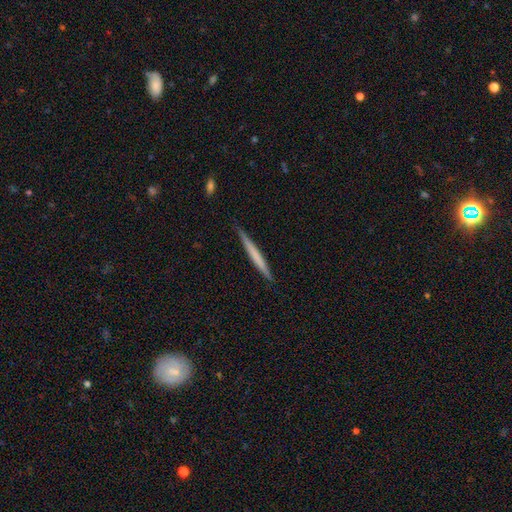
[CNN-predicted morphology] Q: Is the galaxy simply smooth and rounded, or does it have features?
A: smooth — 52%.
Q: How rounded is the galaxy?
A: cigar-shaped — 97%.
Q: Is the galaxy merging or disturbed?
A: none — 89%.